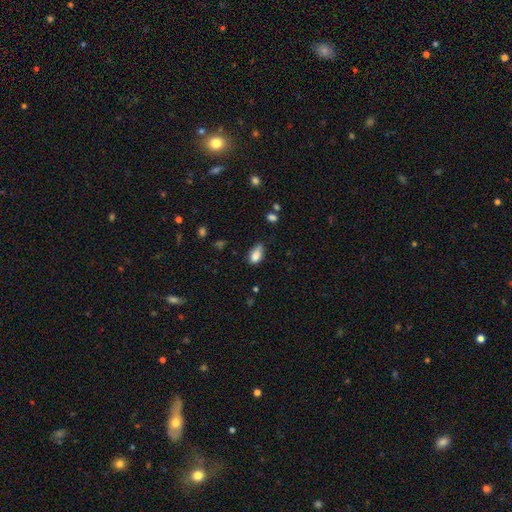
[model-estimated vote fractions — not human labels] A smooth galaxy with no disk features (84%) that is in between round and cigar-shaped (89%). Merging: none (46%).